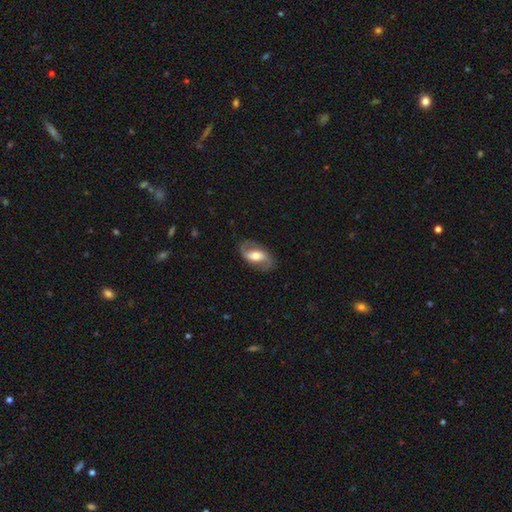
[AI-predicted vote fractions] The model was most divided on "spiral winding": loose: 45%, medium: 40%, tight: 15%. Remaining: edge-on disk — no (95%); spiral arm count — 2 (90%); spiral arms — yes (89%); merging — none (81%); smooth or featured — featured or disk (75%); bulge size — moderate (64%); bar — weak (39%).